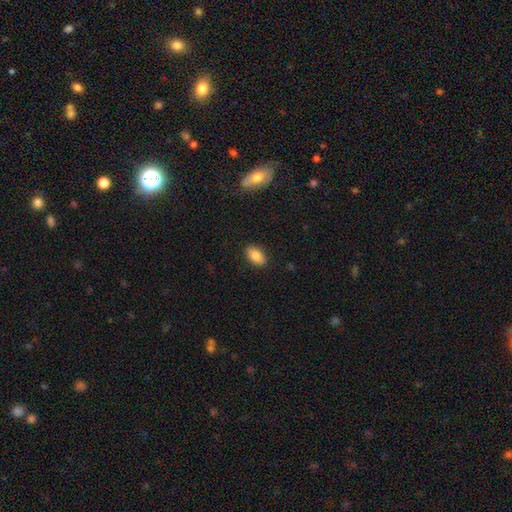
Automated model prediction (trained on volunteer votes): smooth-or-featured: smooth: 84% | featured or disk: 8% | star or artifact: 8%
  how-rounded: in between: 92% | round: 5% | cigar-shaped: 3%
  merging: none: 88% | minor disturbance: 9% | major disturbance: 2% | merger: 1%